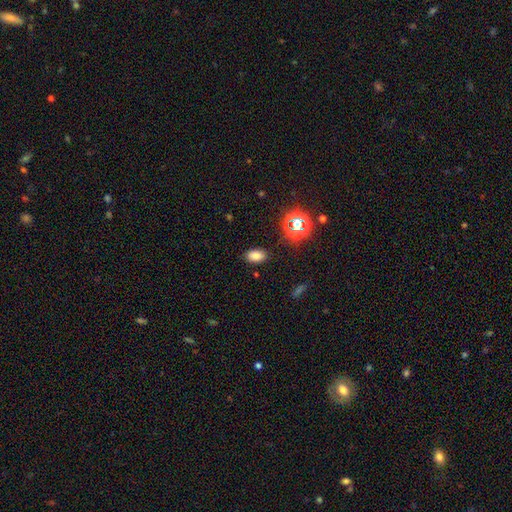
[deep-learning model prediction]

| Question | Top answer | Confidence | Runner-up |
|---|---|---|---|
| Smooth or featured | smooth | 76% | star or artifact (18%) |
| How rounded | in between | 88% | round (10%) |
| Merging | none | 86% | minor disturbance (10%) |